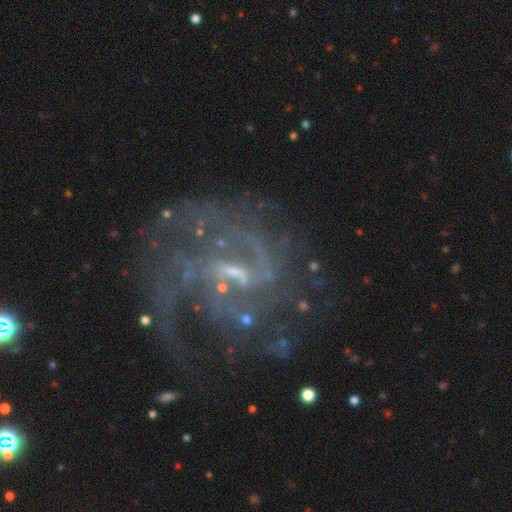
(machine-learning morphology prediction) A featured or disk galaxy (87%) with a weak bar (54%), 2 (40%) medium (48%) spiral arms (93%) and a small central bulge (57%). Merging: none (52%).